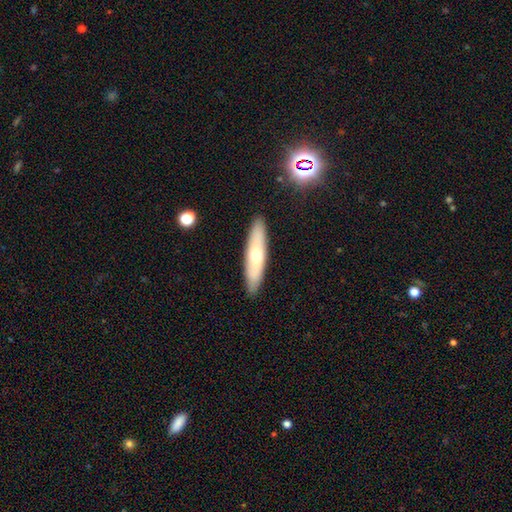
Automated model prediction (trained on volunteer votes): Smooth or featured? smooth (58%)
How rounded? cigar-shaped (79%)
Merging? none (90%)